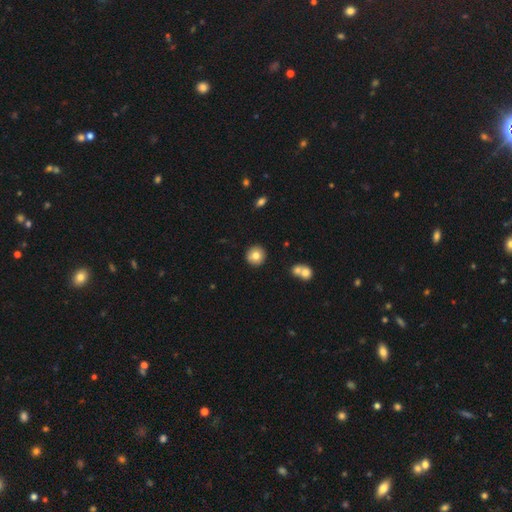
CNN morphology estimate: Smooth or featured? smooth (80%)
How rounded? round (94%)
Merging? none (90%)